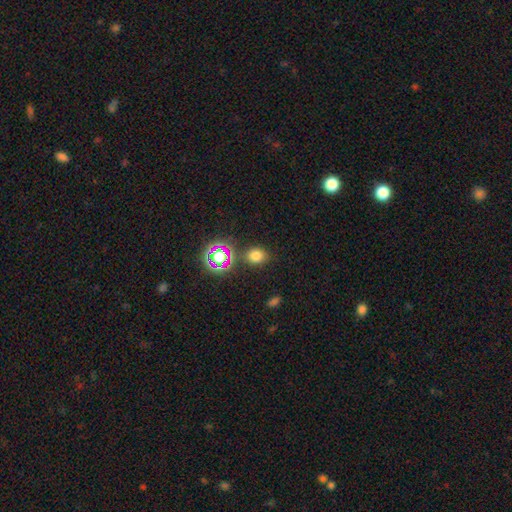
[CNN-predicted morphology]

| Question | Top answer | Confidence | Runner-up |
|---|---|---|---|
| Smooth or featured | smooth | 70% | star or artifact (24%) |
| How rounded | round | 56% | in between (42%) |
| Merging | none | 81% | minor disturbance (10%) |